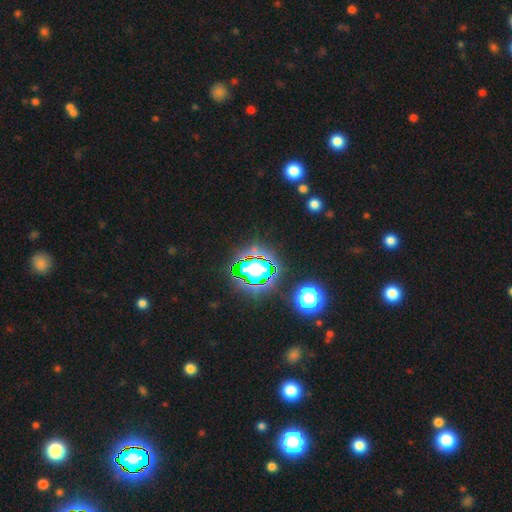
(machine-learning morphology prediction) Overall: star or artifact (81%).